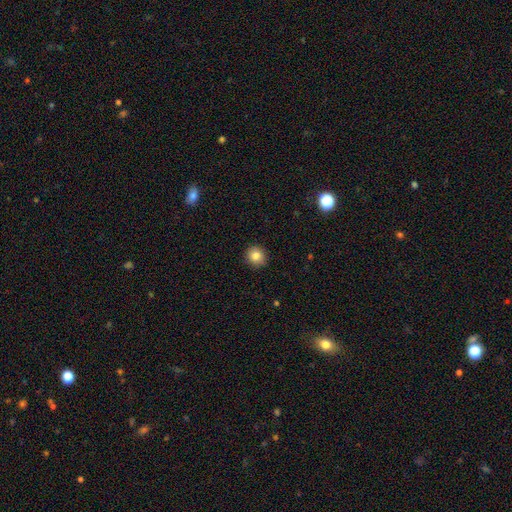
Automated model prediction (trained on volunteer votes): Smooth or featured?
  - smooth: 83% *
  - star or artifact: 10%
  - featured or disk: 7%
How rounded?
  - round: 88% *
  - in between: 11%
  - cigar-shaped: 1%
Merging?
  - none: 90% *
  - minor disturbance: 7%
  - major disturbance: 2%
  - merger: 1%